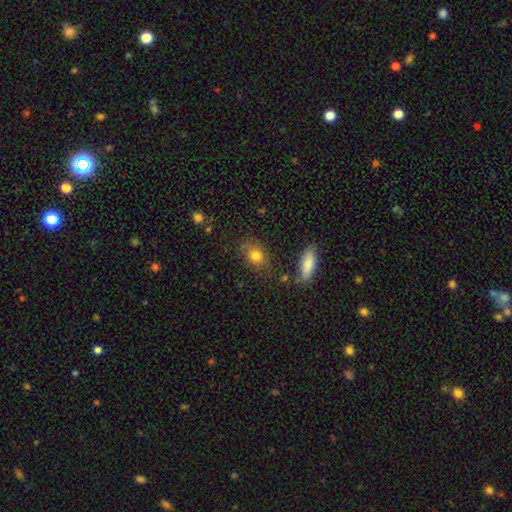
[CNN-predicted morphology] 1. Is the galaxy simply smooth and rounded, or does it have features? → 80% smooth, 10% star or artifact, 9% featured or disk.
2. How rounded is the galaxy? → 59% in between, 38% round, 3% cigar-shaped.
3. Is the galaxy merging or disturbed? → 72% none, 18% minor disturbance, 5% major disturbance, 5% merger.